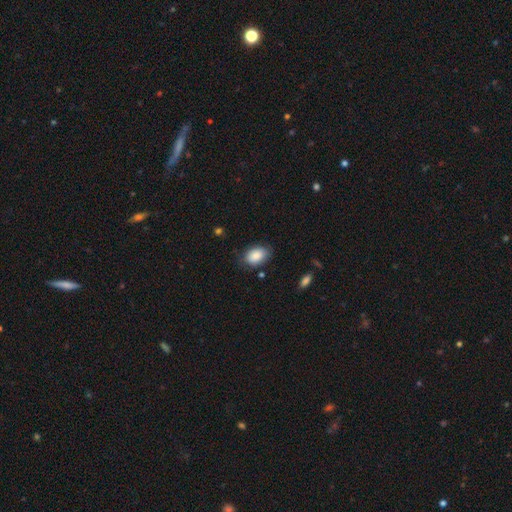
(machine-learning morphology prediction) Smooth or featured?
  - smooth: 87% *
  - star or artifact: 7%
  - featured or disk: 6%
How rounded?
  - in between: 86% *
  - round: 12%
  - cigar-shaped: 1%
Merging?
  - none: 77% *
  - minor disturbance: 18%
  - major disturbance: 4%
  - merger: 2%